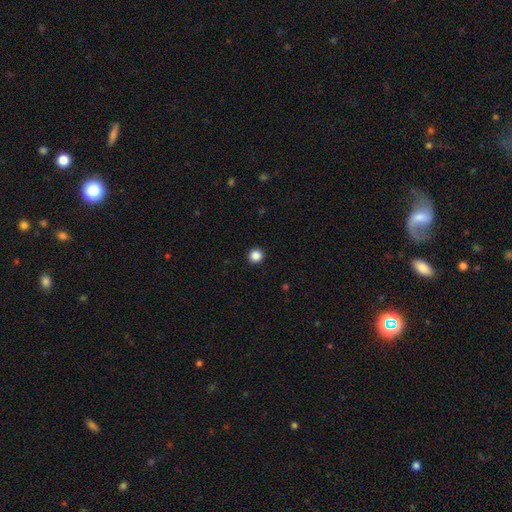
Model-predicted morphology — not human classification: type=smooth (87%); roundness=round (95%); merging=none (94%).